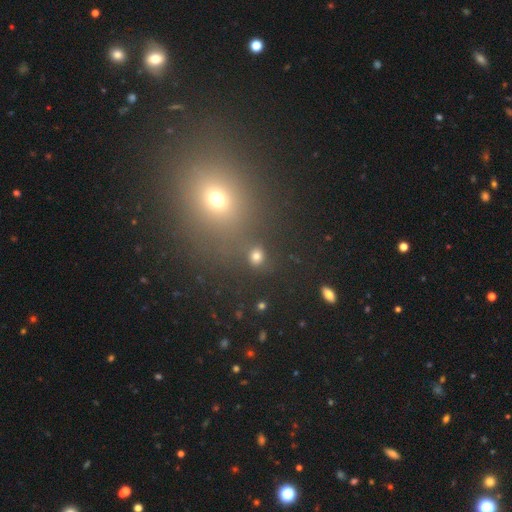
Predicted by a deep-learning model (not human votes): Smooth or featured: smooth — 66% (star or artifact — 27%)
How rounded: round — 74% (in between — 24%)
Merging: none — 77% (merger — 11%)